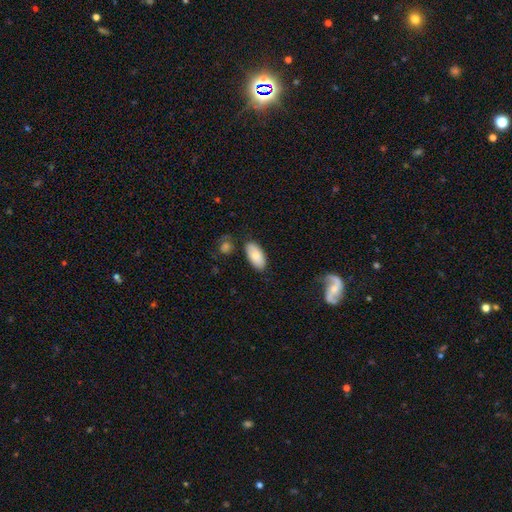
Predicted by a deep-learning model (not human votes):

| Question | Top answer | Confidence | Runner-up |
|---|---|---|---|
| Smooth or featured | smooth | 79% | featured or disk (15%) |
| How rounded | in between | 93% | cigar-shaped (5%) |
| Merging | none | 81% | minor disturbance (12%) |